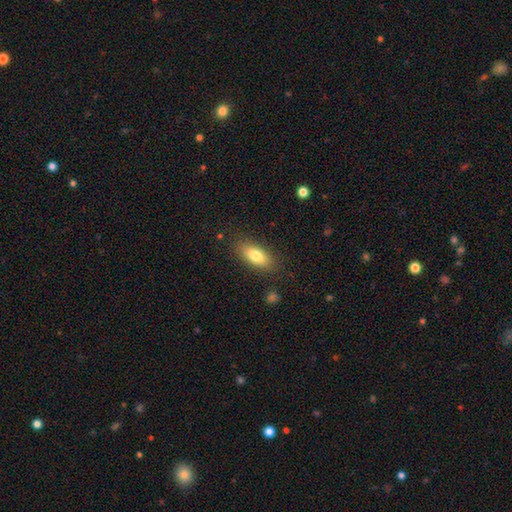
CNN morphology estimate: Smooth or featured? smooth (79%)
How rounded? in between (82%)
Merging? none (84%)